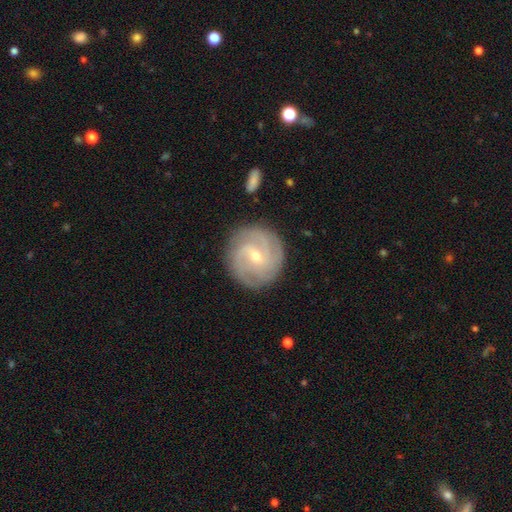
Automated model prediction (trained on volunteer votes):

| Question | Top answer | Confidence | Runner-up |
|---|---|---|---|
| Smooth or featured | featured or disk | 83% | smooth (11%) |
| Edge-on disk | no | 97% | yes (3%) |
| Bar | weak | 50% | no (37%) |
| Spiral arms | yes | 96% | no (4%) |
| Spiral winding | tight | 57% | medium (34%) |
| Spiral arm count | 3 | 30% | 2 (22%) |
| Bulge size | small | 61% | moderate (37%) |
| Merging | none | 85% | minor disturbance (10%) |